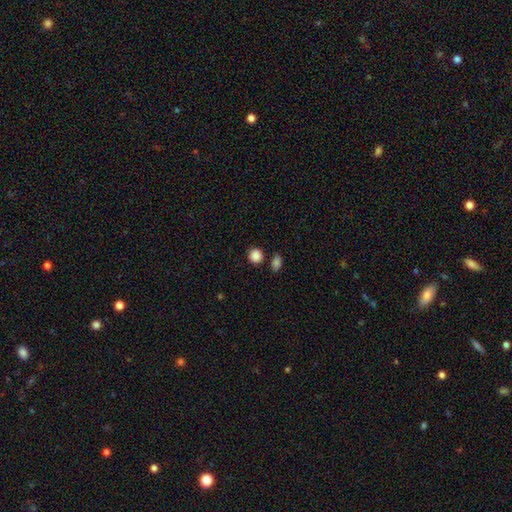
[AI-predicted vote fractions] A smooth galaxy with no disk features (87%) that is round (88%).

Vote fractions:
- Smooth or featured? smooth: 87% / star or artifact: 9% / featured or disk: 3%
- How rounded? round: 88% / in between: 11% / cigar-shaped: 1%
- Merging? none: 83% / minor disturbance: 8% / merger: 7% / major disturbance: 3%